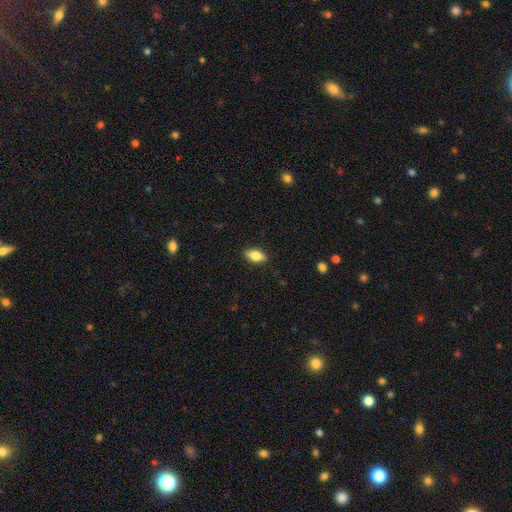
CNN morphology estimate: Overall: smooth (76%). How rounded: in between (85%). Merging: none (86%).